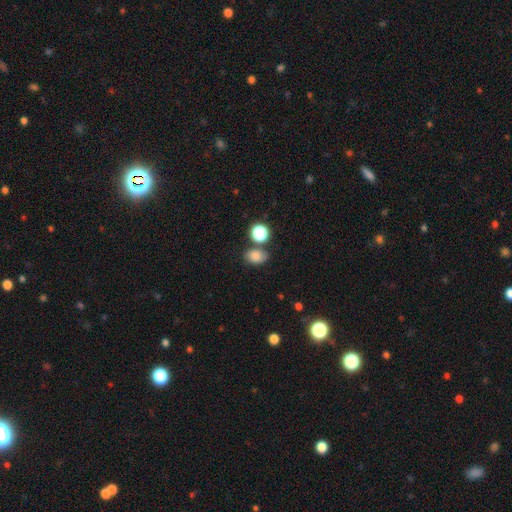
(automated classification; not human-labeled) The model was most divided on "how rounded": in between: 69%, round: 30%, cigar-shaped: 1%. More confident: smooth or featured — smooth (80%); merging — none (69%).